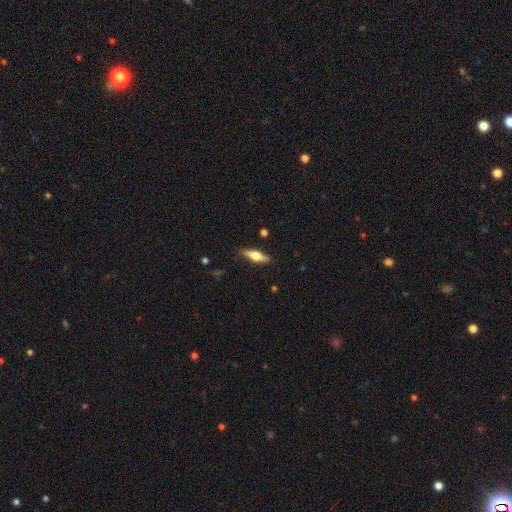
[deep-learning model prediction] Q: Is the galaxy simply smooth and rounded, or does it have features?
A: featured or disk — 51%.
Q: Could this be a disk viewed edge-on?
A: yes — 93%.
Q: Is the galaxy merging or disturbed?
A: none — 88%.